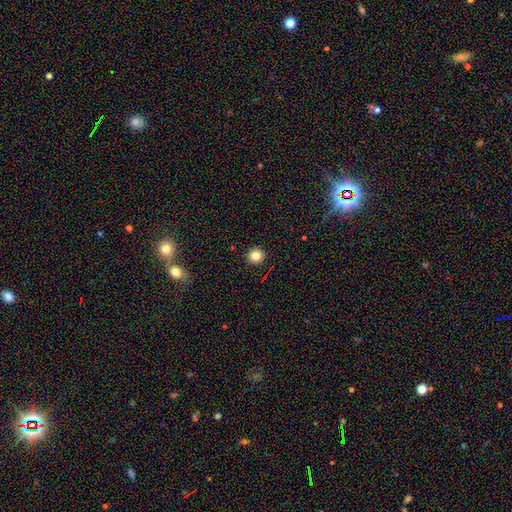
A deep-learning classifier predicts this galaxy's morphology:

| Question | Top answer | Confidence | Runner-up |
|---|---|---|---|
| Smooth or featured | smooth | 83% | star or artifact (12%) |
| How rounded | round | 95% | in between (4%) |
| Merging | none | 93% | minor disturbance (4%) |